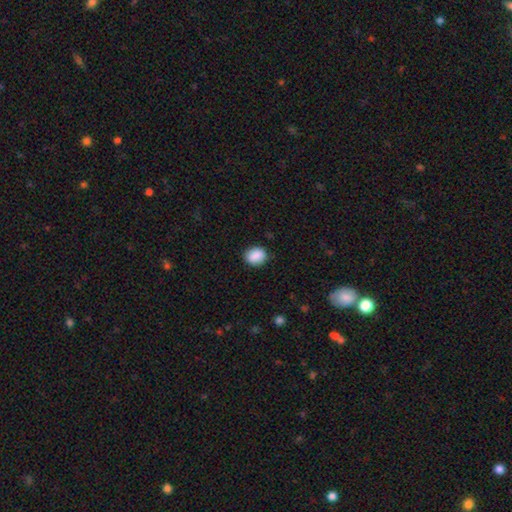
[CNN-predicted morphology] A smooth galaxy with no disk features (88%) that is round (50%). Merging: none (86%).